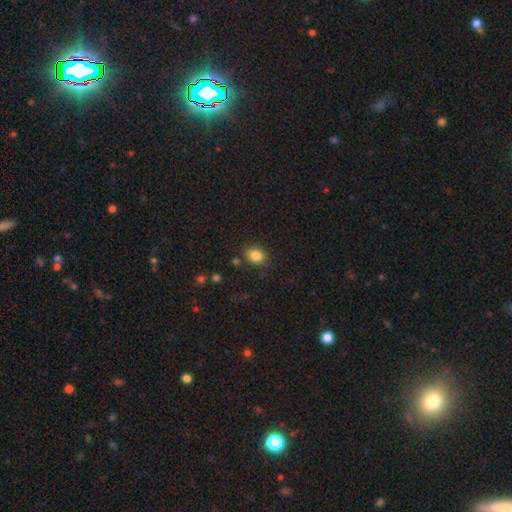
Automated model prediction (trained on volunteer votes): Smooth or featured: smooth — 85% (star or artifact — 10%)
How rounded: in between — 55% (round — 44%)
Merging: none — 78% (minor disturbance — 15%)